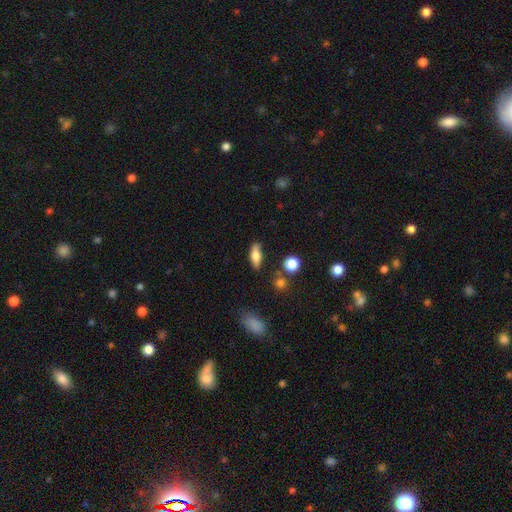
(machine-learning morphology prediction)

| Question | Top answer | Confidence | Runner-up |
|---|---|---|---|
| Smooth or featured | smooth | 72% | featured or disk (20%) |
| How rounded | in between | 70% | cigar-shaped (26%) |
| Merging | none | 77% | minor disturbance (16%) |